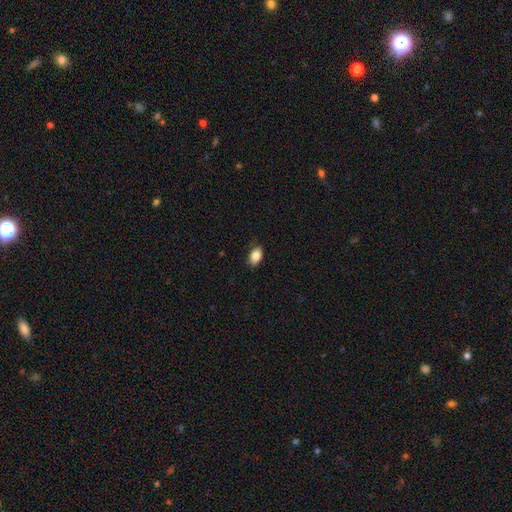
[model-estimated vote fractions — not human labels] Smooth or featured? Predicted: smooth (p=0.84). How rounded? Predicted: in between (p=0.89). Merging? Predicted: none (p=0.83).